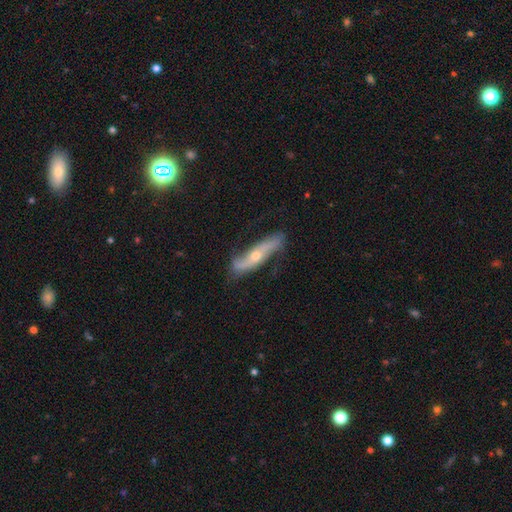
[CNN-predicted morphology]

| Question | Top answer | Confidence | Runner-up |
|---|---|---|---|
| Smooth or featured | featured or disk | 74% | smooth (19%) |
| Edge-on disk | no | 61% | yes (39%) |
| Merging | none | 69% | minor disturbance (22%) |